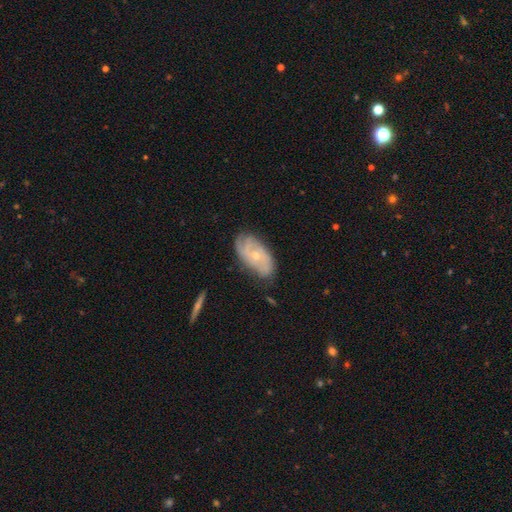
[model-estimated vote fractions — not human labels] Smooth or featured: featured or disk — 68% (smooth — 25%)
Edge-on disk: no — 93% (yes — 7%)
Bar: no — 73% (weak — 22%)
Spiral arms: yes — 83% (no — 17%)
Spiral winding: tight — 50% (medium — 34%)
Spiral arm count: can't tell — 41% (2 — 31%)
Bulge size: small — 61% (moderate — 36%)
Merging: none — 67% (minor disturbance — 25%)